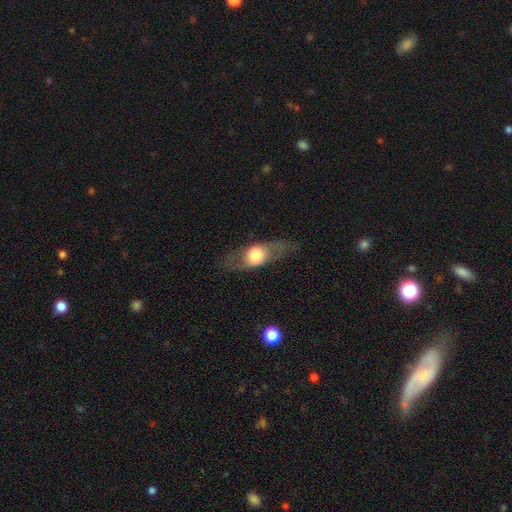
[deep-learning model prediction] smooth-or-featured: smooth: 47% | featured or disk: 46% | star or artifact: 7%
  merging: none: 74% | minor disturbance: 15% | major disturbance: 10% | merger: 1%